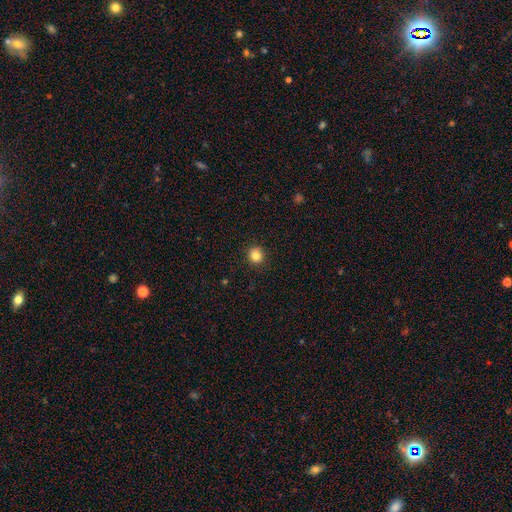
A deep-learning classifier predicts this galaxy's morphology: A smooth galaxy with no disk features (84%) that is round (90%). Merging: none (91%).